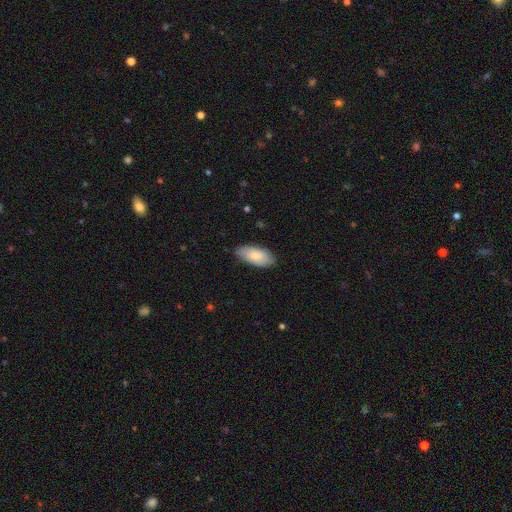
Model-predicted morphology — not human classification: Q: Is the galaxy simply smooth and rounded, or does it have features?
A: smooth — 82%.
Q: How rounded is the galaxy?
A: in between — 90%.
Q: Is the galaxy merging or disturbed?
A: none — 84%.